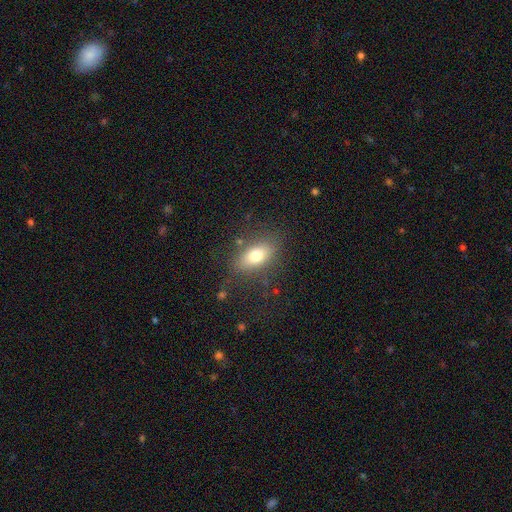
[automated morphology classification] type=smooth (75%); roundness=in between (84%); merging=none (78%).